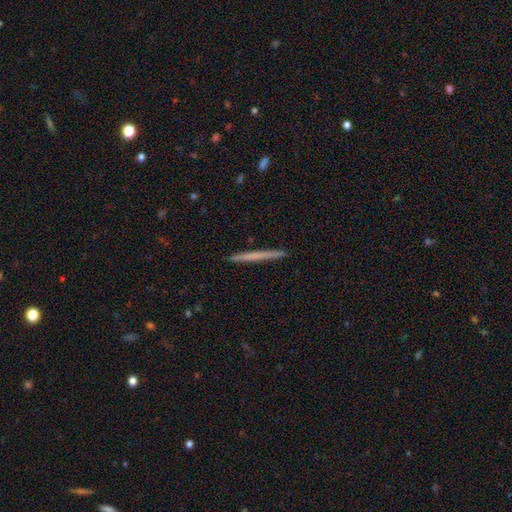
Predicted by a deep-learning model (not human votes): Smooth or featured? Predicted: smooth (p=0.57). How rounded? Predicted: cigar-shaped (p=0.97). Merging? Predicted: none (p=0.93).